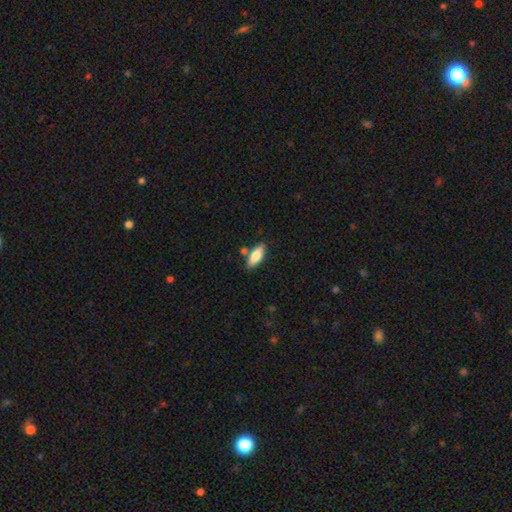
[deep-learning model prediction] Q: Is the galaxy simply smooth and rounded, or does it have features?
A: smooth — 74%.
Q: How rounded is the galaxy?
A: in between — 69%.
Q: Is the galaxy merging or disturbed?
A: none — 76%.